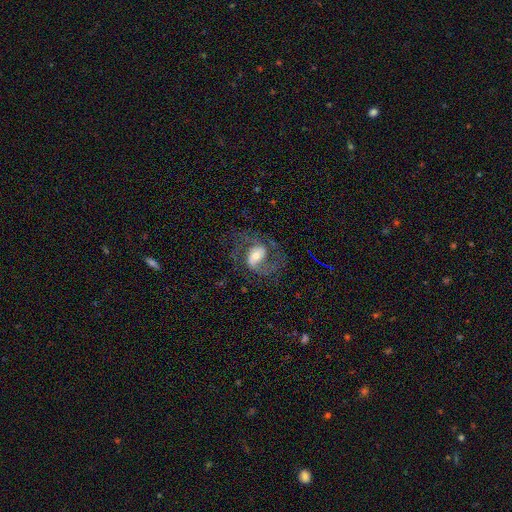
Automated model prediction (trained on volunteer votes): Smooth or featured? Predicted: featured or disk (p=0.79). Edge-on disk? Predicted: no (p=0.97). Bar? Predicted: weak (p=0.44). Spiral arms? Predicted: yes (p=0.92). Spiral winding? Predicted: medium (p=0.55). Spiral arm count? Predicted: 2 (p=0.77). Bulge size? Predicted: moderate (p=0.51). Merging? Predicted: none (p=0.61).